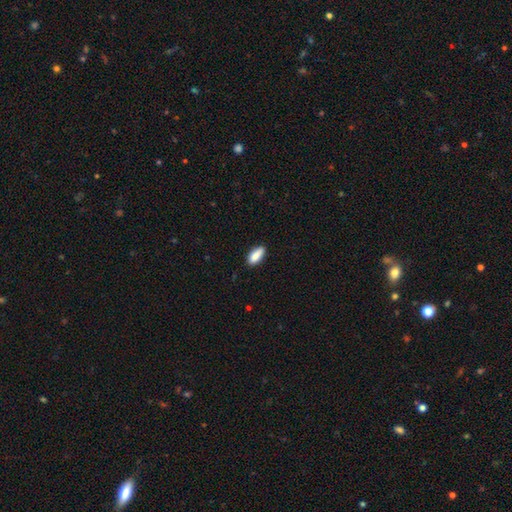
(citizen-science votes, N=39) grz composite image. It shows a smooth galaxy with no disk features (85%) that is in between round and cigar-shaped (82%). Merging: none (73%).